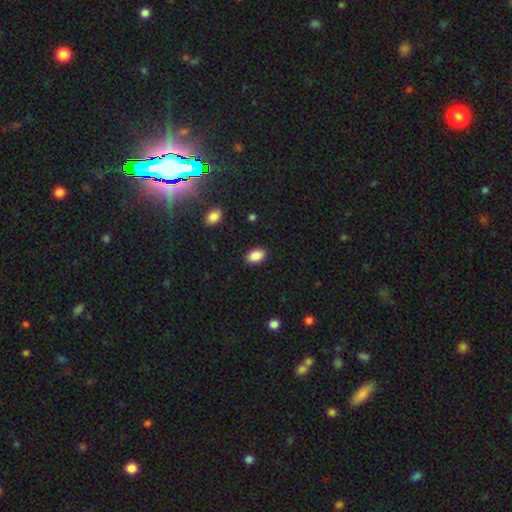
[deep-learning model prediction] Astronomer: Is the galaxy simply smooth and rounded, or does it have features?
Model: smooth — 89%.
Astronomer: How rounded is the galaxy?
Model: in between — 90%.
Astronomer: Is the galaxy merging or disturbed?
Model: none — 89%.